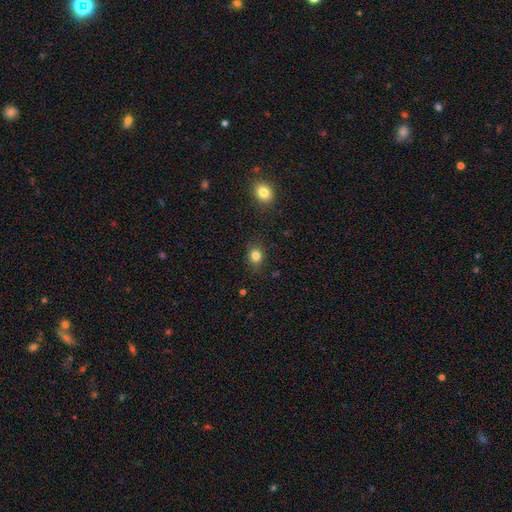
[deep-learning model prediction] smooth_or_featured: smooth (p=0.83) [alt: star or artifact p=0.12]
how_rounded: round (p=0.67) [alt: in between p=0.32]
merging: none (p=0.83) [alt: minor disturbance p=0.12]